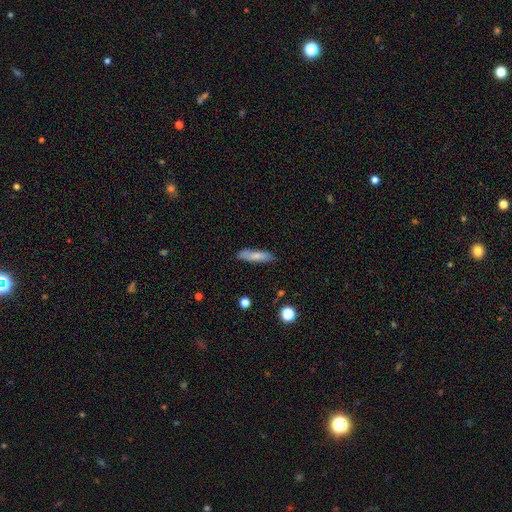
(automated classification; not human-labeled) Morphology: type=smooth (75%); roundness=cigar-shaped (74%); merging=none (83%).